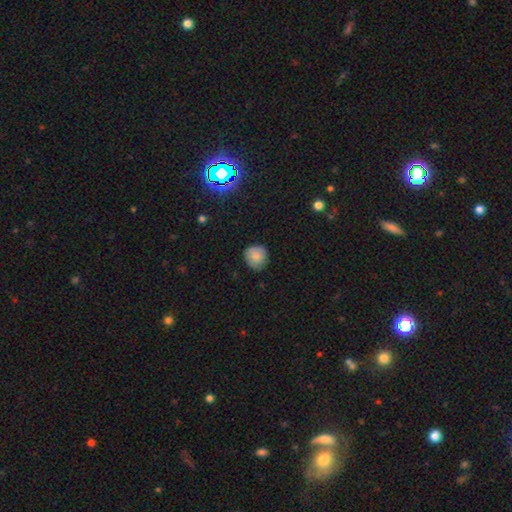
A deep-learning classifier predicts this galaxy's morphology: Q: Smooth or featured?
A: smooth (76%); runner-up: featured or disk (15%)
Q: How rounded?
A: round (89%); runner-up: in between (10%)
Q: Merging?
A: none (77%); runner-up: minor disturbance (18%)